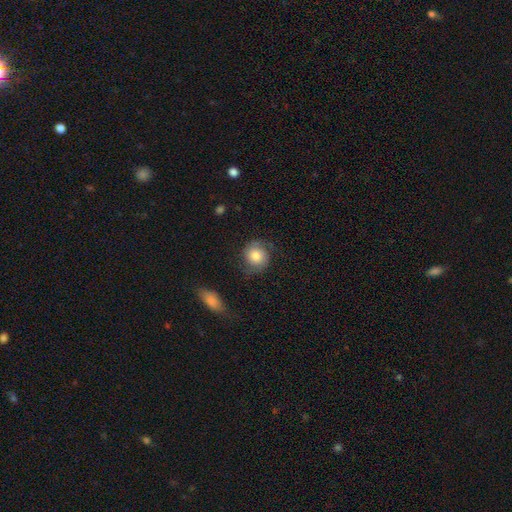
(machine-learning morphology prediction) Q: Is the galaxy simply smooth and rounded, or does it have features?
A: smooth — 55%.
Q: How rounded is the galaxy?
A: round — 83%.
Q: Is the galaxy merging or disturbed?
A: none — 66%.